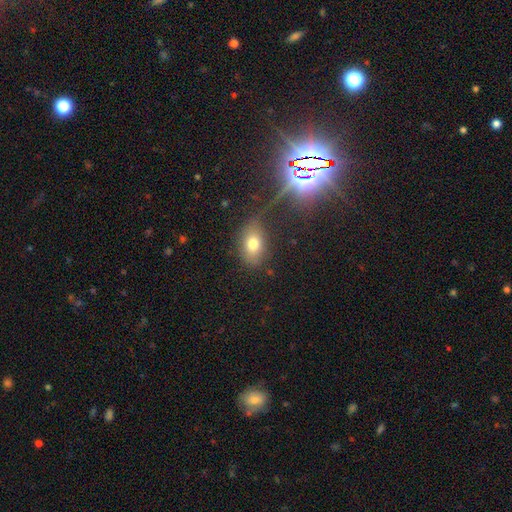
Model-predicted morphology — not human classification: Smooth or featured? smooth (58%)
How rounded? in between (83%)
Merging? none (77%)